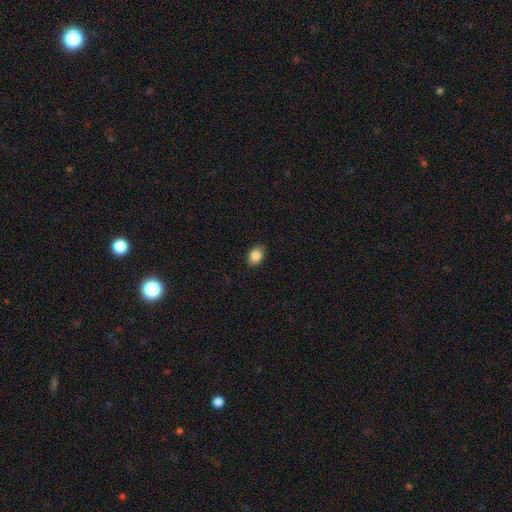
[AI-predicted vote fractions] Smooth or featured?
  - smooth: 86% *
  - star or artifact: 8%
  - featured or disk: 5%
How rounded?
  - in between: 74% *
  - round: 25%
  - cigar-shaped: 1%
Merging?
  - none: 88% *
  - minor disturbance: 9%
  - major disturbance: 2%
  - merger: 1%